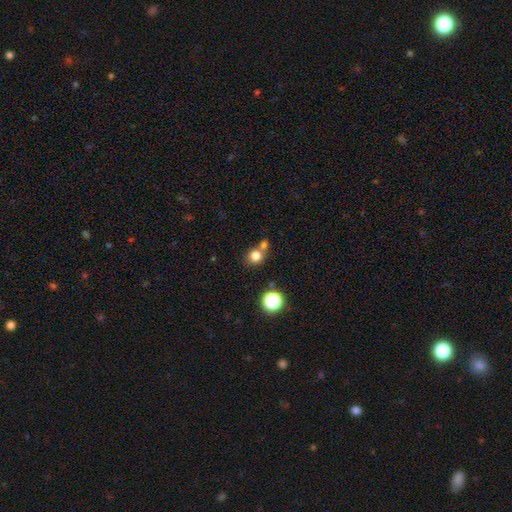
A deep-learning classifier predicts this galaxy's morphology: A smooth galaxy with no disk features (79%) that is round (82%). Merging: none (55%).